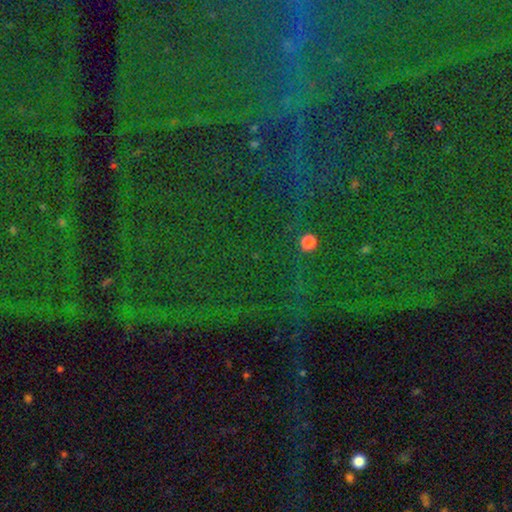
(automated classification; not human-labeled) This appears to be a star or artifact, not a galaxy (82%).